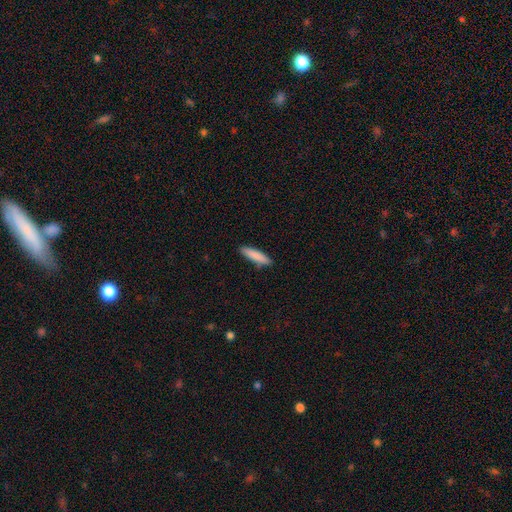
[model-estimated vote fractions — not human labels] smooth-or-featured: smooth: 85% | featured or disk: 9% | star or artifact: 6%
  how-rounded: cigar-shaped: 80% | in between: 19% | round: 1%
  merging: none: 88% | minor disturbance: 9% | major disturbance: 2% | merger: 1%